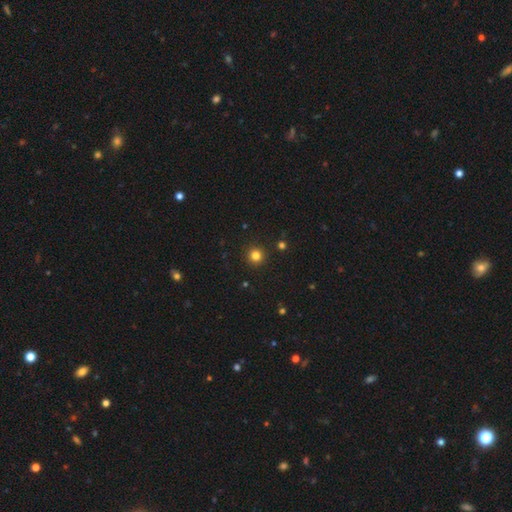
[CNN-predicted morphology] smooth 81%, star or artifact 14%, featured or disk 5%. Down the decision tree: how rounded — round (95%); merging — none (92%).